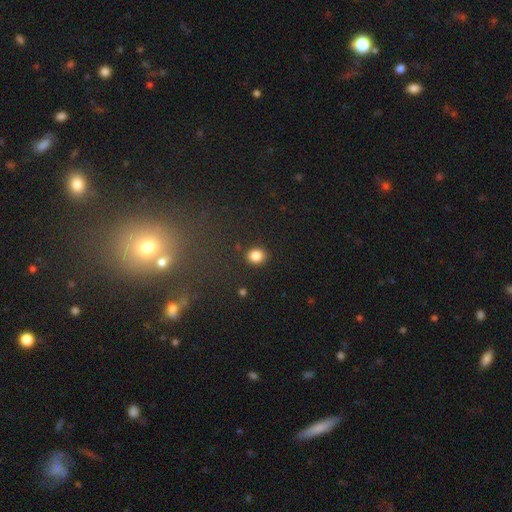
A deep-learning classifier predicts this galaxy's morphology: A smooth galaxy with no disk features (85%) that is round (74%).

Vote fractions:
- Smooth or featured? smooth: 85% / star or artifact: 11% / featured or disk: 5%
- How rounded? round: 74% / in between: 25% / cigar-shaped: 1%
- Merging? none: 90% / minor disturbance: 7% / major disturbance: 2% / merger: 2%